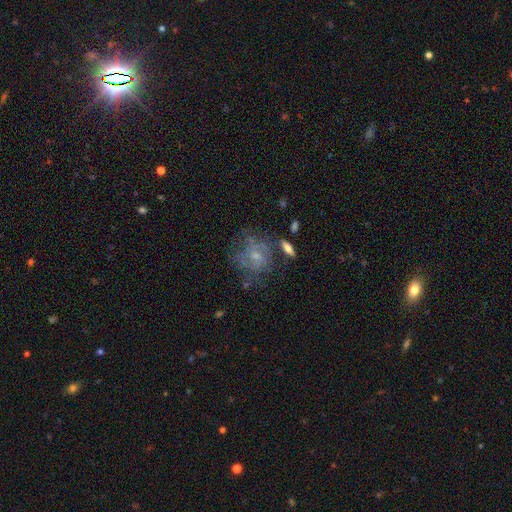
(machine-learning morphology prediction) A featured or disk galaxy (61%) with no bar (70%), spiral arms (64%) and a small central bulge (61%).

Vote fractions:
- Smooth or featured? featured or disk: 61% / smooth: 27% / star or artifact: 12%
- Edge-on disk? no: 97% / yes: 3%
- Bar? no: 70% / weak: 26% / strong: 4%
- Spiral arms? yes: 64% / no: 36%
- Bulge size? small: 61% / moderate: 28% / none: 9% / large: 2% / dominant: 1%
- Merging? none: 53% / minor disturbance: 21% / major disturbance: 19% / merger: 7%